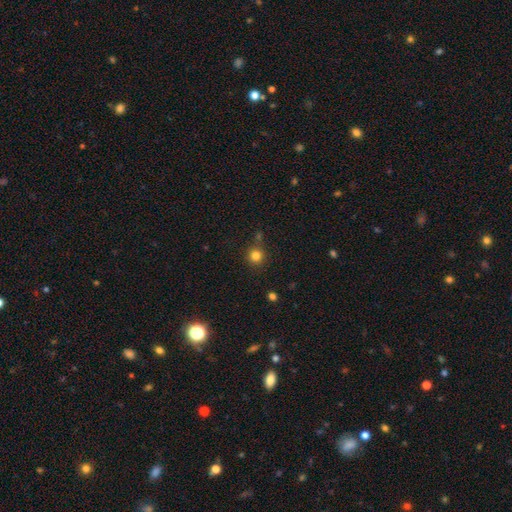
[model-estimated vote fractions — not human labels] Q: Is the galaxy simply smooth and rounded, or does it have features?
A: smooth — 82%.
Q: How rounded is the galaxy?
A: round — 93%.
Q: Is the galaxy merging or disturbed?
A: none — 80%.